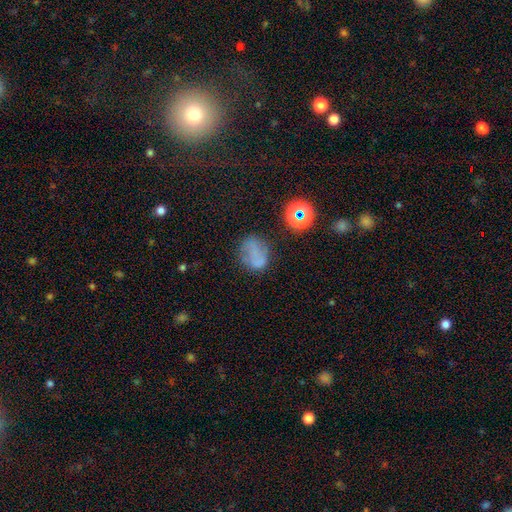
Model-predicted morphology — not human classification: Overall: smooth (53%; featured or disk 25%). How rounded: in between (55%; round 44%). Merging: none (53%; minor disturbance 25%).